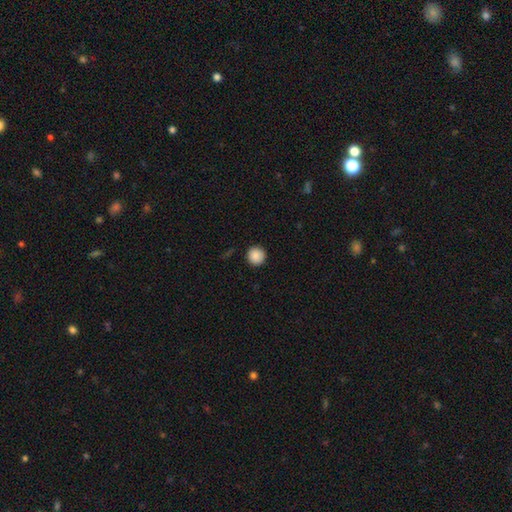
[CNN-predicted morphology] Overall: smooth (88%). How rounded: round (95%). Merging: none (92%).